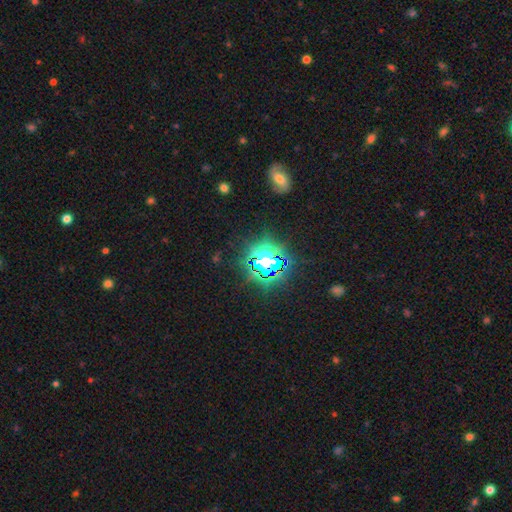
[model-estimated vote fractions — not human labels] Smooth or featured: star or artifact — 77% (smooth — 14%)